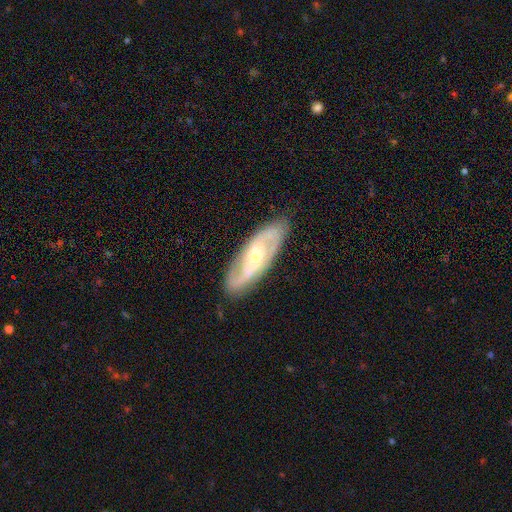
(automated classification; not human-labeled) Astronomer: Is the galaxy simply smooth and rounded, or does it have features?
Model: featured or disk — 80%.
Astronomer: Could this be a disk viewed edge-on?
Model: no — 90%.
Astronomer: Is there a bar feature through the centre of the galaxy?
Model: weak — 49% (runner-up: strong, 27%).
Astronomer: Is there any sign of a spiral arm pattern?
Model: yes — 93%.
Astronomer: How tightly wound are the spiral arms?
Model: medium — 50% (runner-up: tight, 28%).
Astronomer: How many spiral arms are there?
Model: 2 — 86%.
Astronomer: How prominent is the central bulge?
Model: moderate — 46% (runner-up: small, 31%).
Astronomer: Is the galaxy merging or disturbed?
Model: none — 83%.